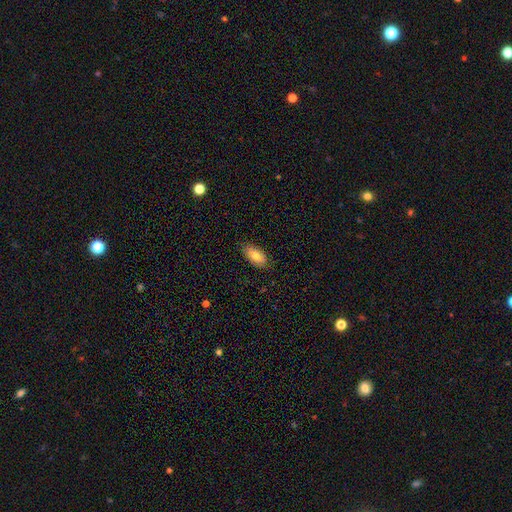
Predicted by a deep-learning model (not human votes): Smooth or featured?
  - smooth: 76% *
  - featured or disk: 17%
  - star or artifact: 7%
How rounded?
  - in between: 93% *
  - cigar-shaped: 4%
  - round: 3%
Merging?
  - none: 83% *
  - minor disturbance: 14%
  - major disturbance: 2%
  - merger: 1%